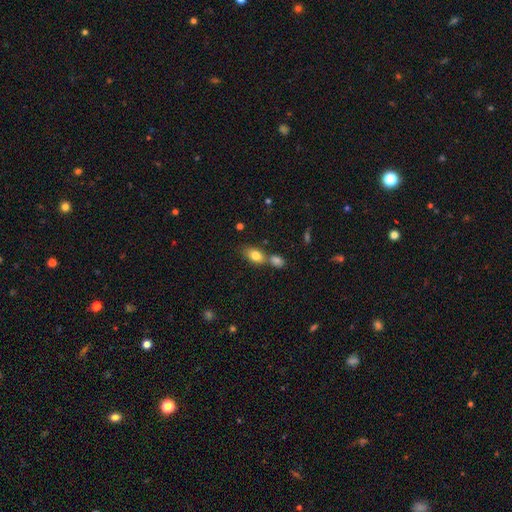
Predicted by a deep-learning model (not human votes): smooth-or-featured: smooth: 80% | featured or disk: 11% | star or artifact: 8%
  how-rounded: in between: 85% | round: 10% | cigar-shaped: 5%
  merging: none: 45% | merger: 40% | minor disturbance: 11% | major disturbance: 4%